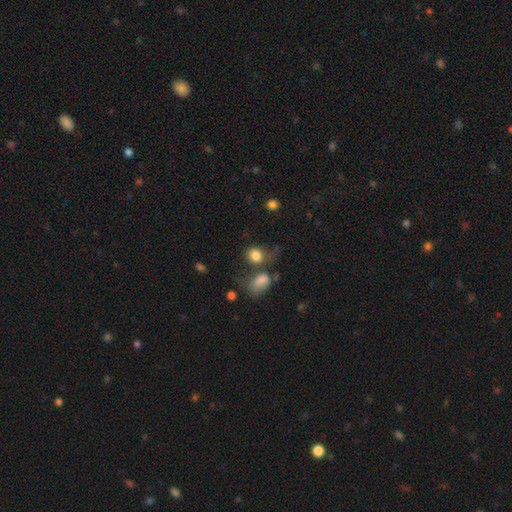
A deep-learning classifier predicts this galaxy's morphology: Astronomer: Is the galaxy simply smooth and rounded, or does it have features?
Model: smooth — 82%.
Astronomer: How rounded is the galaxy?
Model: round — 57% (runner-up: in between, 42%).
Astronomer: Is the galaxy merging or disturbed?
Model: none — 47%.